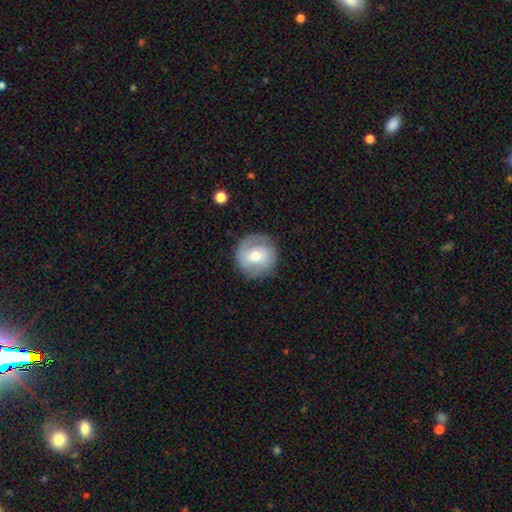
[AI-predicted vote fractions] Smooth or featured?
  - featured or disk: 53% *
  - smooth: 40%
  - star or artifact: 7%
Edge-on disk?
  - no: 96% *
  - yes: 4%
Bar?
  - no: 46% *
  - weak: 39%
  - strong: 14%
Spiral arms?
  - yes: 72% *
  - no: 28%
Bulge size?
  - moderate: 67% *
  - small: 26%
  - large: 5%
  - dominant: 1%
  - none: 1%
Merging?
  - none: 82% *
  - minor disturbance: 12%
  - major disturbance: 5%
  - merger: 1%